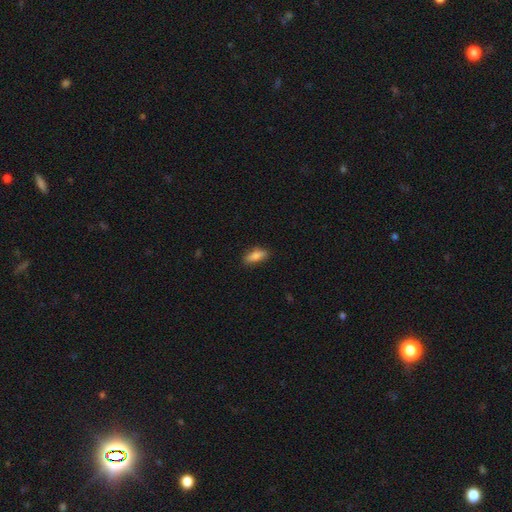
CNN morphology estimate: smooth-or-featured: smooth: 80% | featured or disk: 13% | star or artifact: 7%
  how-rounded: in between: 68% | cigar-shaped: 29% | round: 3%
  merging: none: 83% | minor disturbance: 13% | major disturbance: 2% | merger: 1%